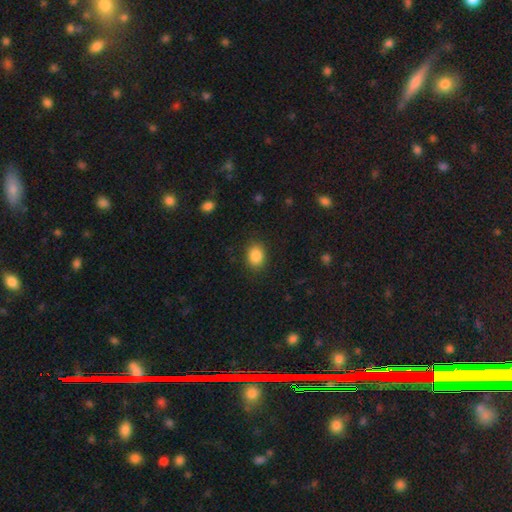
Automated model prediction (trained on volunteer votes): smooth-or-featured: smooth: 87% | star or artifact: 9% | featured or disk: 5%
  how-rounded: in between: 64% | round: 35% | cigar-shaped: 1%
  merging: none: 87% | minor disturbance: 9% | major disturbance: 3% | merger: 1%